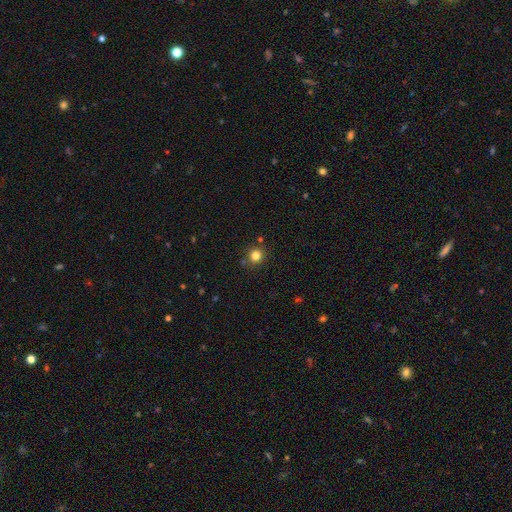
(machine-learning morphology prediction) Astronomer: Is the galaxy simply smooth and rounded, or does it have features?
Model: smooth — 81%.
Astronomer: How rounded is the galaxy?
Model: round — 91%.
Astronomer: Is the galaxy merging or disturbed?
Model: none — 86%.